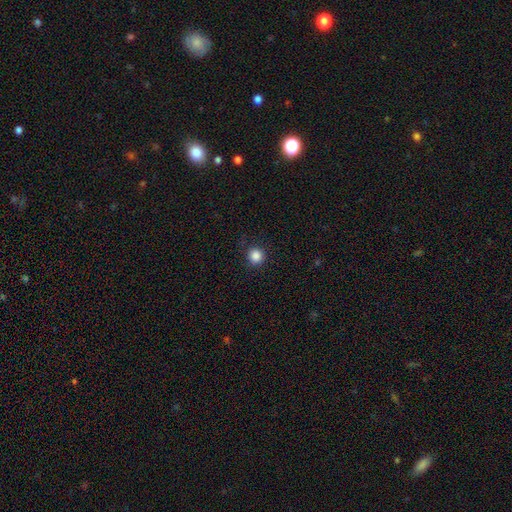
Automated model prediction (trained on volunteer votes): Smooth or featured? smooth (86%)
How rounded? round (93%)
Merging? none (90%)